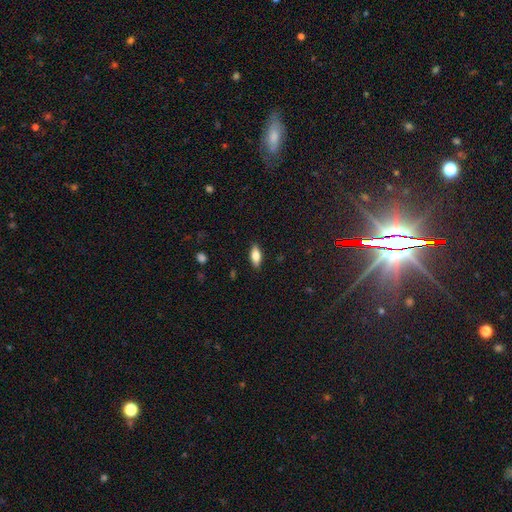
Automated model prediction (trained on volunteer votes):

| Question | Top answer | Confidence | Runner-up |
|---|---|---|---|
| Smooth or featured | smooth | 77% | featured or disk (16%) |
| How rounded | in between | 82% | cigar-shaped (16%) |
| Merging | none | 88% | minor disturbance (9%) |